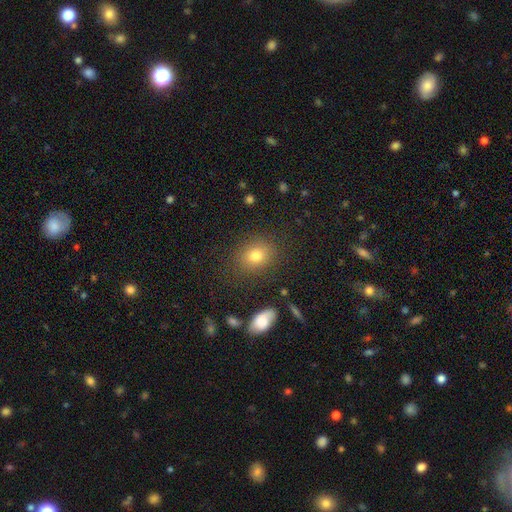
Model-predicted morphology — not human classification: This is likely a smooth galaxy (78%). How rounded: possibly round (50%). Merging: clearly none (83%).